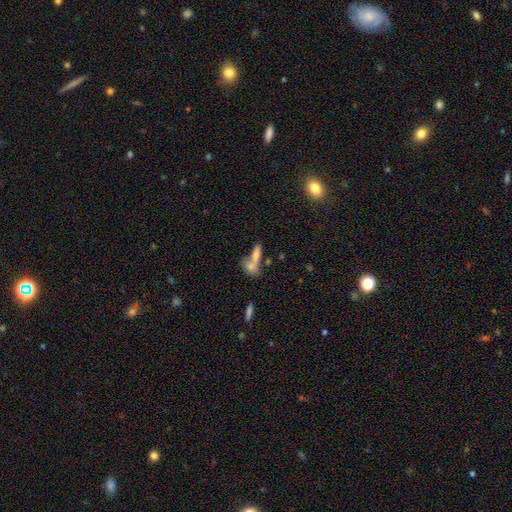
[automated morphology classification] Overall: smooth (73%). How rounded: in between (63%; cigar-shaped 29%). Merging: merger (56%; none 32%).